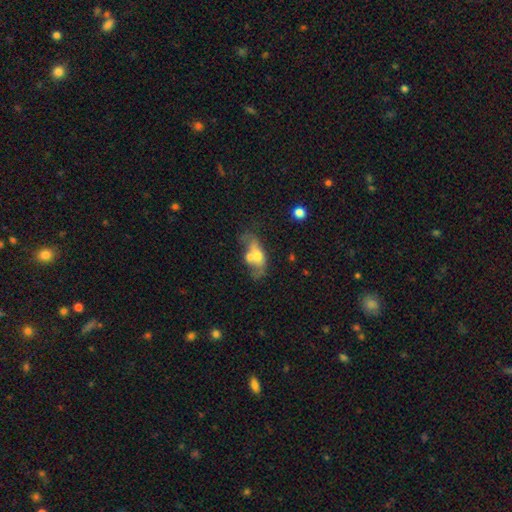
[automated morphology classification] smooth_or_featured: smooth (p=0.49) [alt: featured or disk p=0.42]
merging: merger (p=0.48) [alt: none p=0.20]